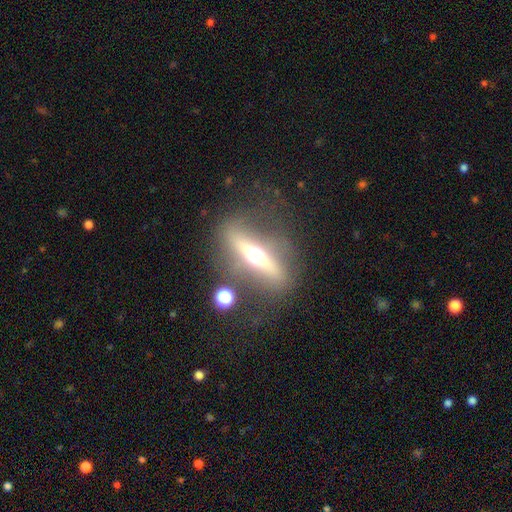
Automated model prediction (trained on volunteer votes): smooth-or-featured: featured or disk: 69% | smooth: 23% | star or artifact: 9%
  disk-edge-on: yes: 77% | no: 23%
    edge-on-bulge: rounded: 94% | boxy: 4% | none: 3%
  merging: none: 71% | minor disturbance: 13% | major disturbance: 11% | merger: 4%